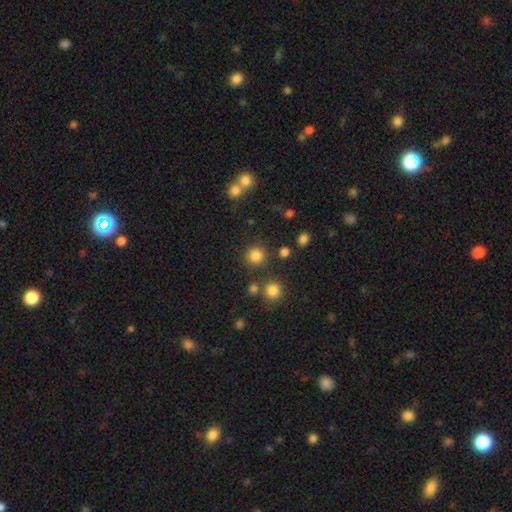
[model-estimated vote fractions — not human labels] This appears to be a smooth galaxy with no disk features (82%) that is round (93%). Merging: none (86%).